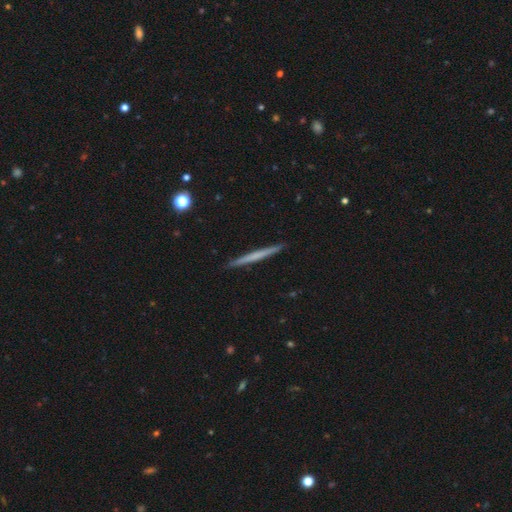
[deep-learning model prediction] smooth-or-featured: featured or disk: 48% | smooth: 46% | star or artifact: 6%
  merging: none: 93% | minor disturbance: 5% | major disturbance: 1% | merger: 1%